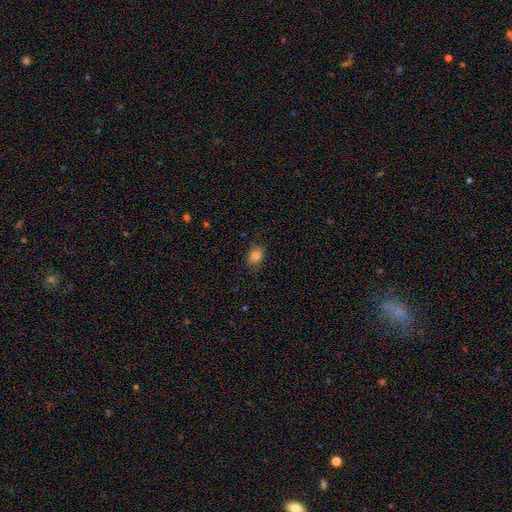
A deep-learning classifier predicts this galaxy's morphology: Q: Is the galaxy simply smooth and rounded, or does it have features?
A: smooth — 84%.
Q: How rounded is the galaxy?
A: in between — 67%.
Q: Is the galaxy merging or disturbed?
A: none — 79%.